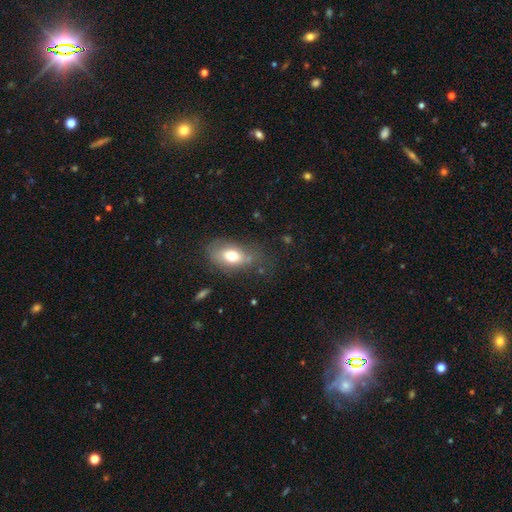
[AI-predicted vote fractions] Smooth or featured?
  - smooth: 55% *
  - featured or disk: 26%
  - star or artifact: 19%
How rounded?
  - in between: 82% *
  - round: 11%
  - cigar-shaped: 7%
Merging?
  - none: 67% *
  - minor disturbance: 21%
  - major disturbance: 9%
  - merger: 3%